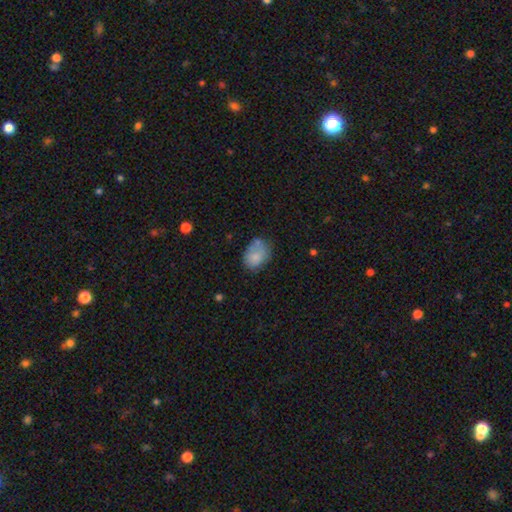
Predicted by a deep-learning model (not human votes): Smooth or featured? smooth (77%)
How rounded? in between (71%)
Merging? none (49%)